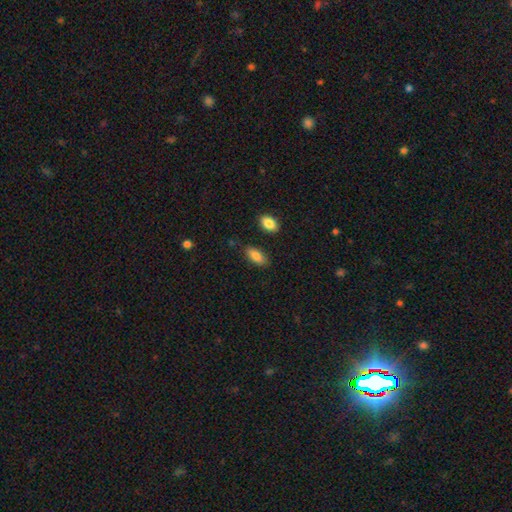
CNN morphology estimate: This is clearly a smooth galaxy (85%). How rounded: clearly in between (87%). Merging: clearly none (83%).